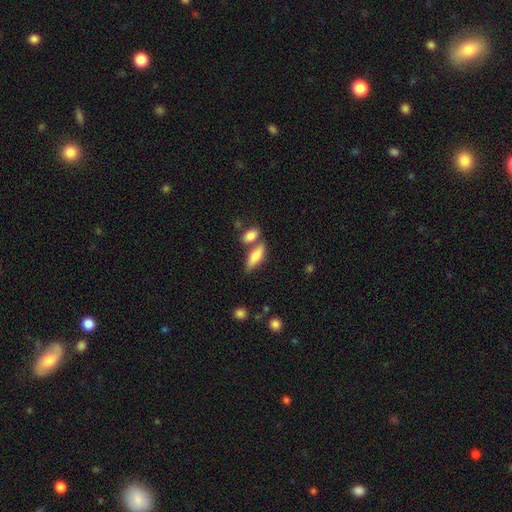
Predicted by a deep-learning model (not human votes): smooth 76%, featured or disk 17%, star or artifact 6%. Down the decision tree: how rounded — in between (63%); merging — none (52%).